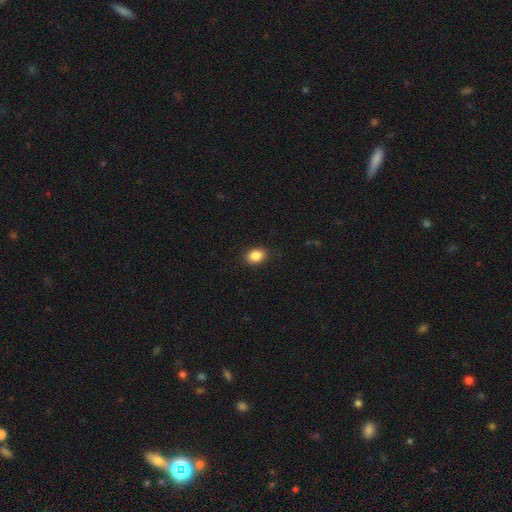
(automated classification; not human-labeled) smooth 87%, star or artifact 9%, featured or disk 4%. Down the decision tree: how rounded — in between (72%); merging — none (88%).